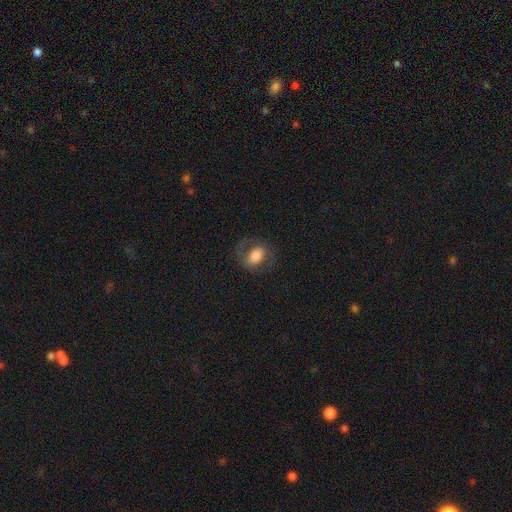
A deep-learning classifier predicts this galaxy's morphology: smooth_or_featured: smooth (p=0.47) [alt: featured or disk p=0.44]
merging: none (p=0.68) [alt: minor disturbance p=0.16]